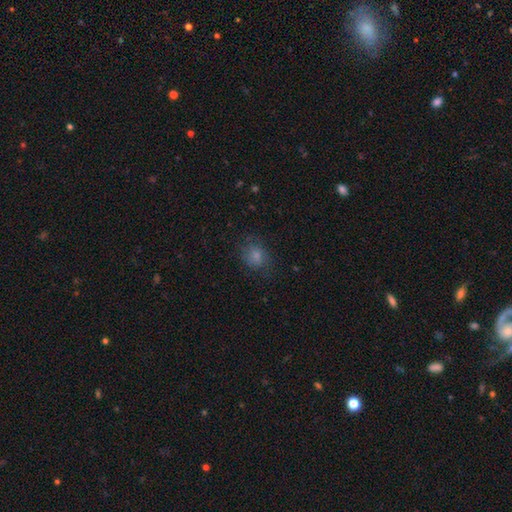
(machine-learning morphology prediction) The model was most divided on "how rounded": round: 56%, in between: 43%, cigar-shaped: 1%. More confident: smooth or featured — smooth (78%); merging — none (71%).